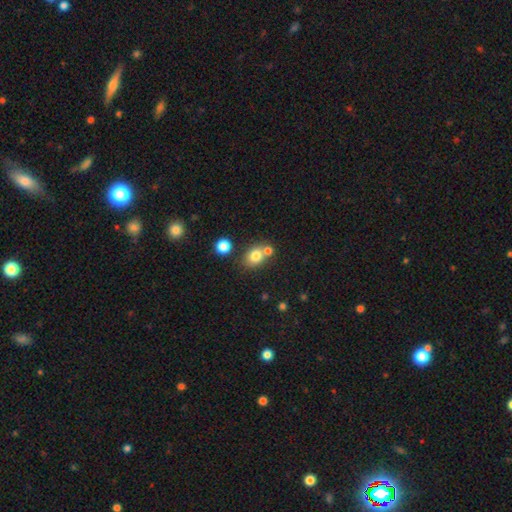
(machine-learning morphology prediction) A smooth galaxy with no disk features (79%) that is round (51%).

Vote fractions:
- Smooth or featured? smooth: 79% / star or artifact: 11% / featured or disk: 10%
- How rounded? round: 51% / in between: 48% / cigar-shaped: 1%
- Merging? none: 54% / merger: 32% / minor disturbance: 10% / major disturbance: 3%